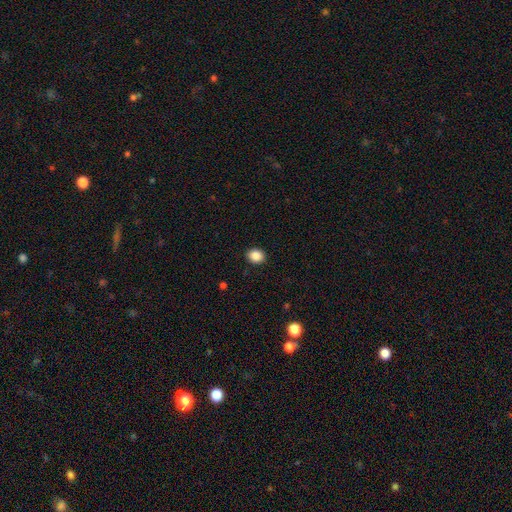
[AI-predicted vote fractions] This is clearly a smooth galaxy (88%). How rounded: possibly round (54%). Merging: clearly none (91%).